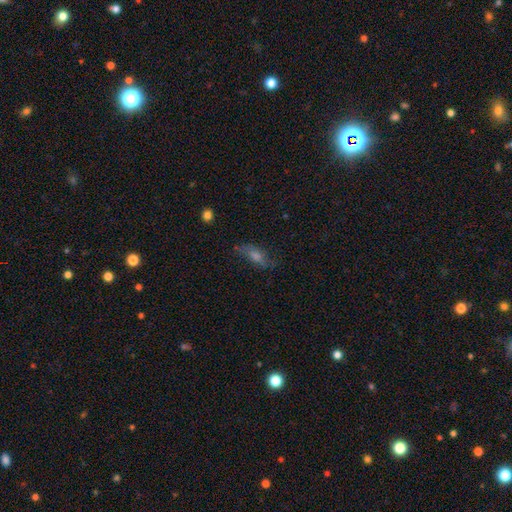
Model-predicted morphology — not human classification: Smooth or featured?
  - featured or disk: 44% *
  - smooth: 40%
  - star or artifact: 16%
Merging?
  - none: 64% *
  - minor disturbance: 22%
  - major disturbance: 12%
  - merger: 2%